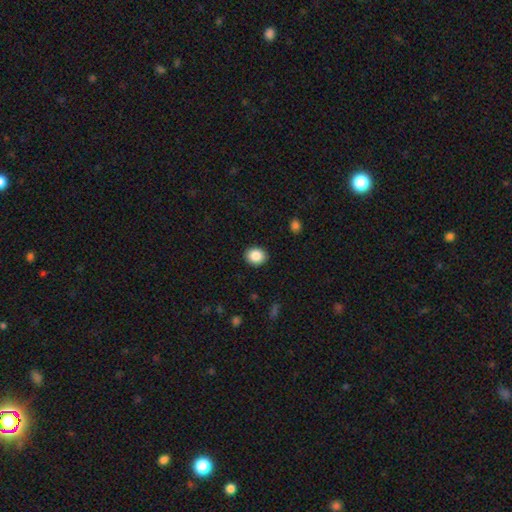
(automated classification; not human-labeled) Morphology: type=smooth (87%); roundness=round (61%); merging=none (91%).